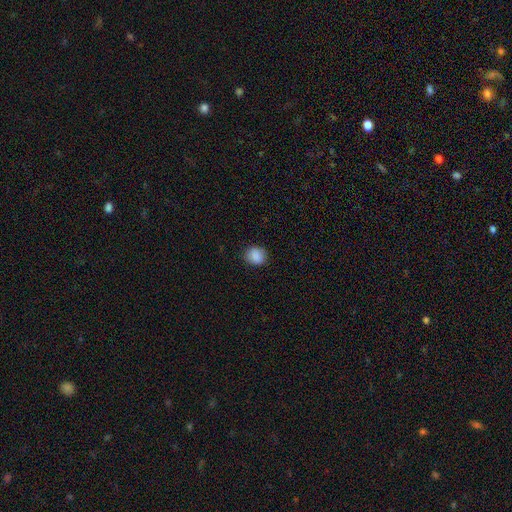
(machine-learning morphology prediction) This appears to be a smooth galaxy with no disk features (86%) that is round (75%). Merging: none (87%).